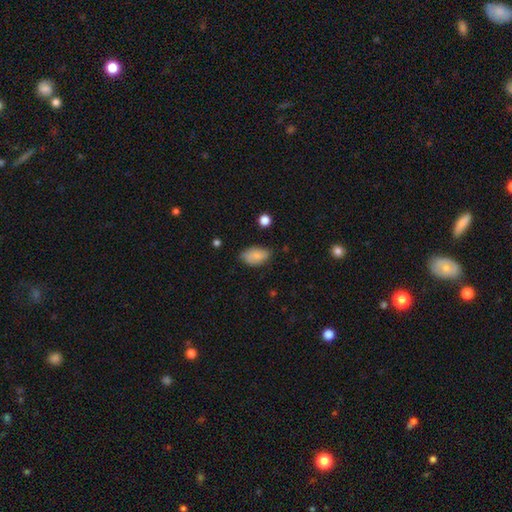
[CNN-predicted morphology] Smooth or featured?
  - smooth: 82% *
  - featured or disk: 10%
  - star or artifact: 7%
How rounded?
  - in between: 92% *
  - round: 6%
  - cigar-shaped: 2%
Merging?
  - none: 70% *
  - minor disturbance: 24%
  - major disturbance: 4%
  - merger: 2%